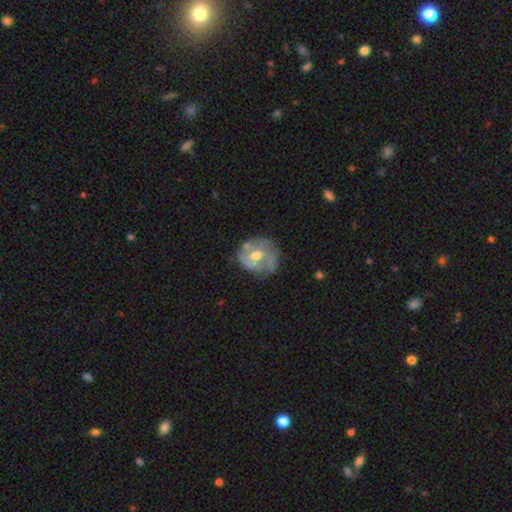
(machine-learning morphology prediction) Q: Smooth or featured?
A: featured or disk (63%); runner-up: smooth (30%)
Q: Edge-on disk?
A: no (97%); runner-up: yes (3%)
Q: Bar?
A: no (70%); runner-up: weak (25%)
Q: Spiral arms?
A: no (55%); runner-up: yes (45%)
Q: Bulge size?
A: moderate (75%); runner-up: small (17%)
Q: Merging?
A: none (53%); runner-up: minor disturbance (27%)